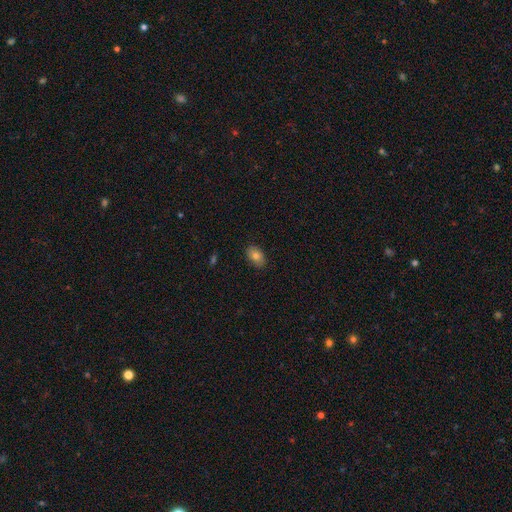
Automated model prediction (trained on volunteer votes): Morphology: type=smooth (81%); roundness=in between (87%); merging=none (87%).